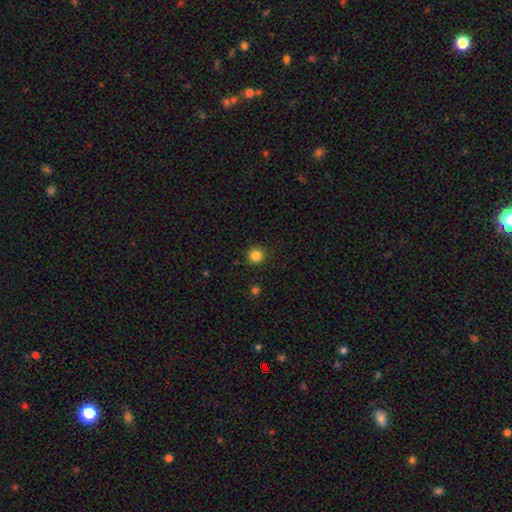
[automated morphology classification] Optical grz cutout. It shows a smooth galaxy with no disk features (84%) that is round (94%). Merging: none (90%).